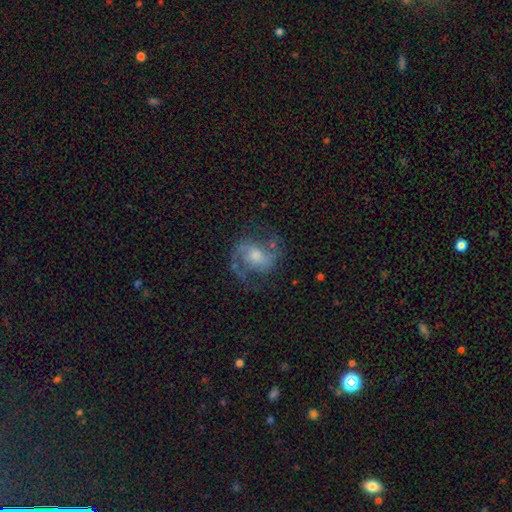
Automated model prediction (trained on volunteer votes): Q: Smooth or featured?
A: featured or disk (85%); runner-up: smooth (9%)
Q: Edge-on disk?
A: no (98%); runner-up: yes (2%)
Q: Bar?
A: no (48%); runner-up: weak (41%)
Q: Spiral arms?
A: yes (96%); runner-up: no (4%)
Q: Spiral winding?
A: medium (57%); runner-up: loose (25%)
Q: Spiral arm count?
A: 2 (89%); runner-up: can't tell (4%)
Q: Bulge size?
A: moderate (52%); runner-up: small (31%)
Q: Merging?
A: none (71%); runner-up: minor disturbance (16%)